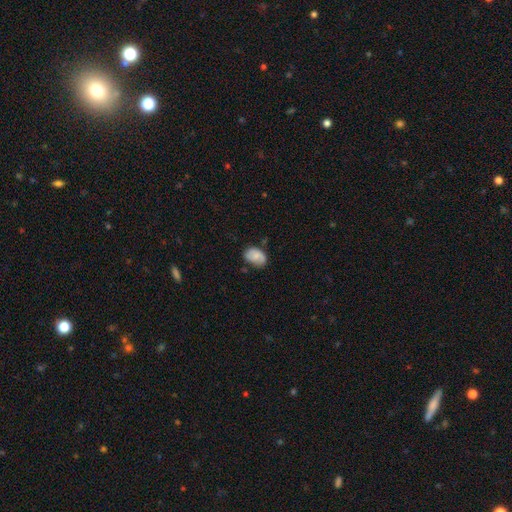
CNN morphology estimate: Q: Smooth or featured?
A: smooth (67%); runner-up: featured or disk (25%)
Q: How rounded?
A: in between (78%); runner-up: round (21%)
Q: Merging?
A: none (56%); runner-up: minor disturbance (33%)